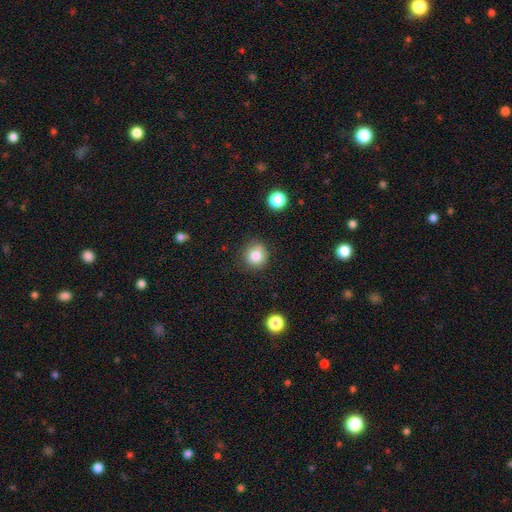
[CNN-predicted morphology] A smooth galaxy with no disk features (82%) that is round (90%). Merging: none (81%).